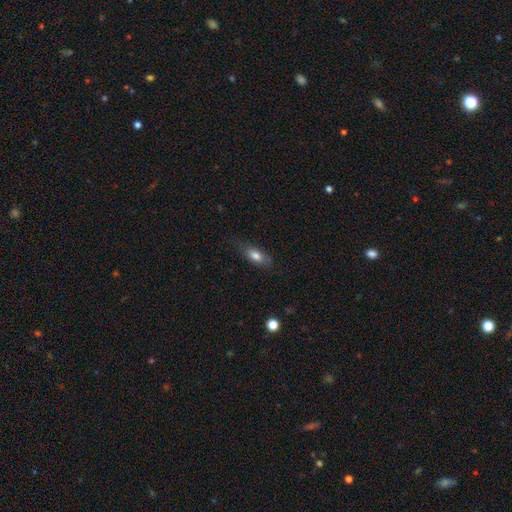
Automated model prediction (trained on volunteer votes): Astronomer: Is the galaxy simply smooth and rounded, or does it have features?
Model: smooth — 74%.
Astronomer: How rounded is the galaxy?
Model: in between — 78%.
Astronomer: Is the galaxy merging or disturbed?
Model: none — 71%.